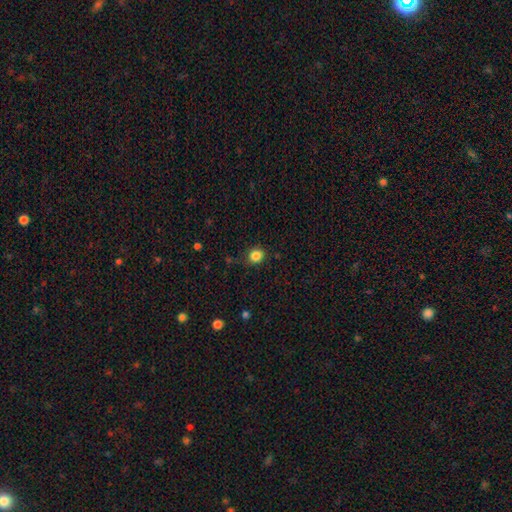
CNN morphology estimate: smooth-or-featured: smooth: 85% | star or artifact: 11% | featured or disk: 4%
  how-rounded: round: 79% | in between: 21% | cigar-shaped: 1%
  merging: none: 83% | minor disturbance: 12% | major disturbance: 3% | merger: 2%